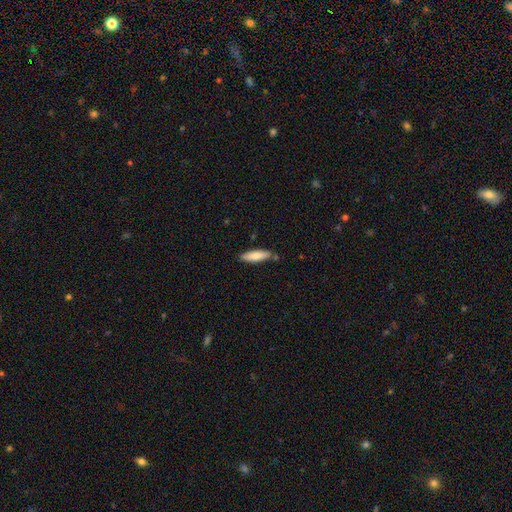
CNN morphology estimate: A smooth galaxy with no disk features (79%) that is cigar-shaped (62%). Merging: none (83%).